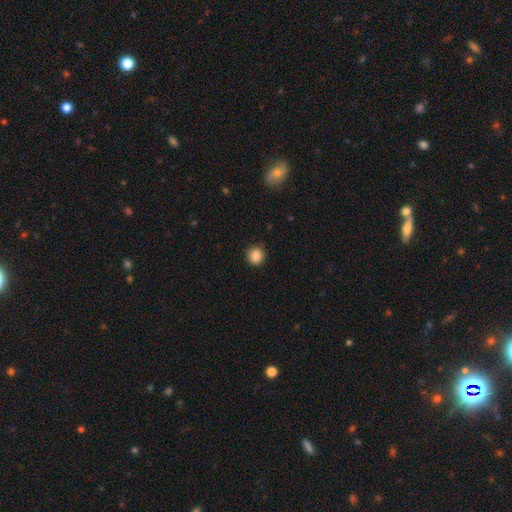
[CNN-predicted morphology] Smooth or featured? Predicted: smooth (p=0.85). How rounded? Predicted: round (p=0.91). Merging? Predicted: none (p=0.90).